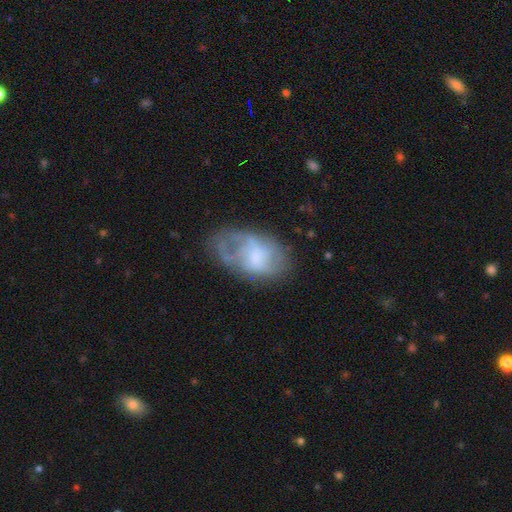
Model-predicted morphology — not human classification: The model was most divided on "smooth or featured": featured or disk: 51%, smooth: 40%, star or artifact: 8%. Remaining: edge-on disk — no (95%); merging — none (49%).